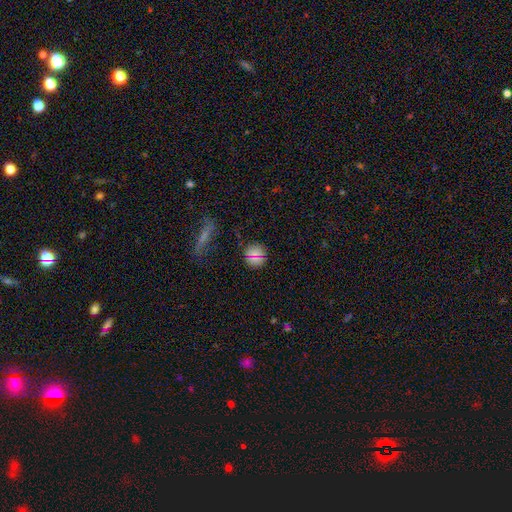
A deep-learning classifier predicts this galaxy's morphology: smooth-or-featured: smooth: 71% | star or artifact: 22% | featured or disk: 7%
  how-rounded: round: 87% | in between: 10% | cigar-shaped: 2%
  merging: none: 88% | minor disturbance: 8% | major disturbance: 3% | merger: 2%